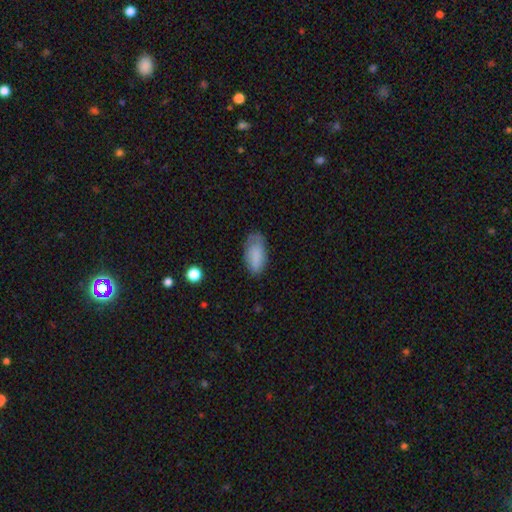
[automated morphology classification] smooth 81%, featured or disk 12%, star or artifact 7%. Down the decision tree: how rounded — in between (92%); merging — none (62%).